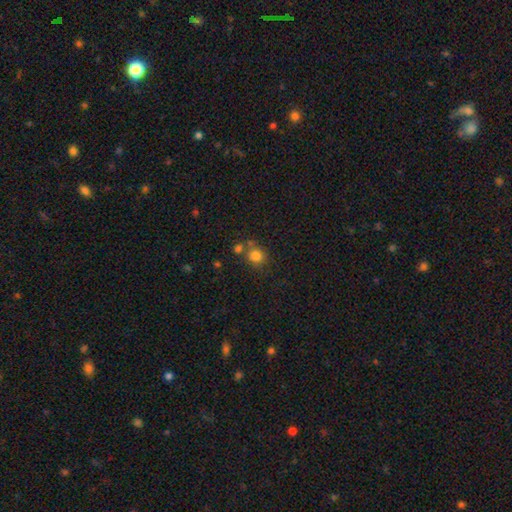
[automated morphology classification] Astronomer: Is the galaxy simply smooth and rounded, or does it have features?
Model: smooth — 80%.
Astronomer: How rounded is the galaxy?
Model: round — 83%.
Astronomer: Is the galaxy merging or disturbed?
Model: none — 61%.